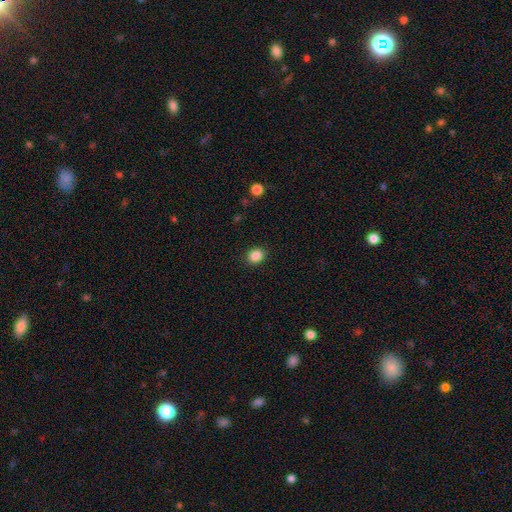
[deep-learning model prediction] Smooth or featured? Predicted: smooth (p=0.87). How rounded? Predicted: round (p=0.65). Merging? Predicted: none (p=0.90).